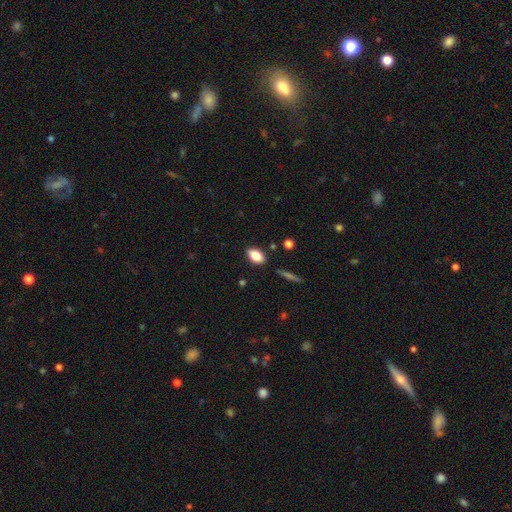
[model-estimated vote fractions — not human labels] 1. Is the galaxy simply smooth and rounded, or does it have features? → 84% smooth, 8% featured or disk, 8% star or artifact.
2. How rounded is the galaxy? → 89% in between, 7% round, 3% cigar-shaped.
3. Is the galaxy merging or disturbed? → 86% none, 10% minor disturbance, 2% major disturbance, 2% merger.